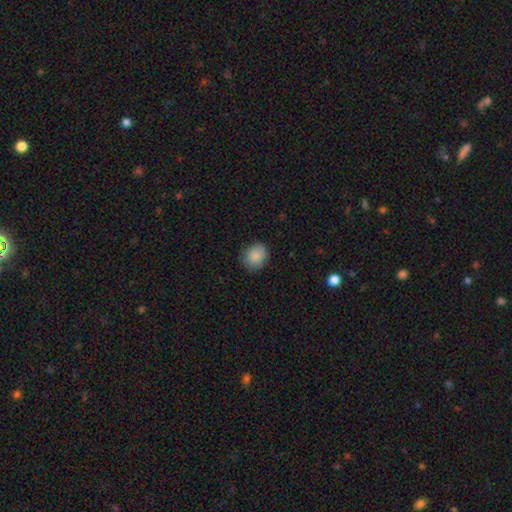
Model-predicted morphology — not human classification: smooth-or-featured: smooth: 86% | star or artifact: 8% | featured or disk: 5%
  how-rounded: round: 66% | in between: 33% | cigar-shaped: 1%
  merging: none: 82% | minor disturbance: 14% | major disturbance: 3% | merger: 1%